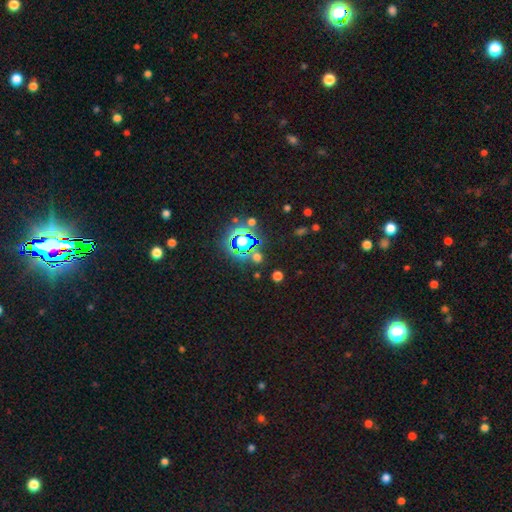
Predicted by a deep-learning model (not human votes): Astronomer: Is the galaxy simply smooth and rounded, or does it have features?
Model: star or artifact — 72%.